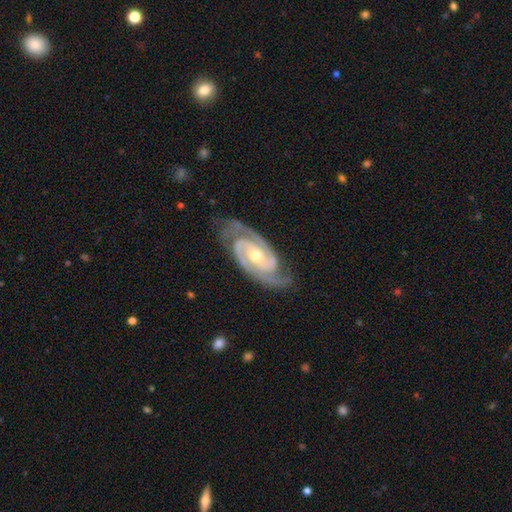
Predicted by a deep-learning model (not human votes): The model was most divided on "bulge size": moderate: 57%, small: 40%, large: 2%, none: 1%, dominant: 1%. More confident: spiral arms — yes (99%); edge-on disk — no (97%); smooth or featured — featured or disk (94%); spiral arm count — 2 (83%); merging — none (79%); spiral winding — tight (61%); bar — no (53%).